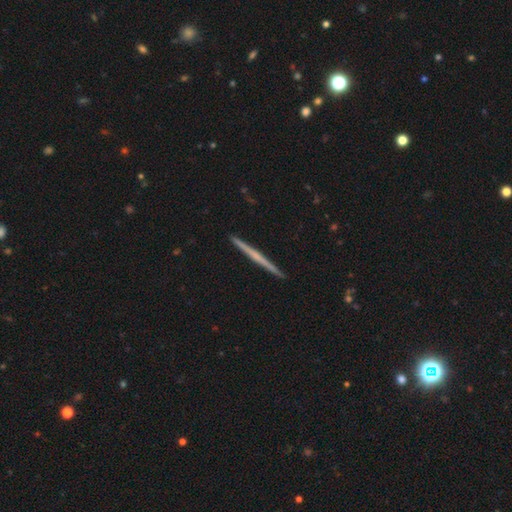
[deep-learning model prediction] Morphology: type=featured or disk (61%); edge-on=yes (98%); edge-on bulge=none (77%); merging=none (93%).